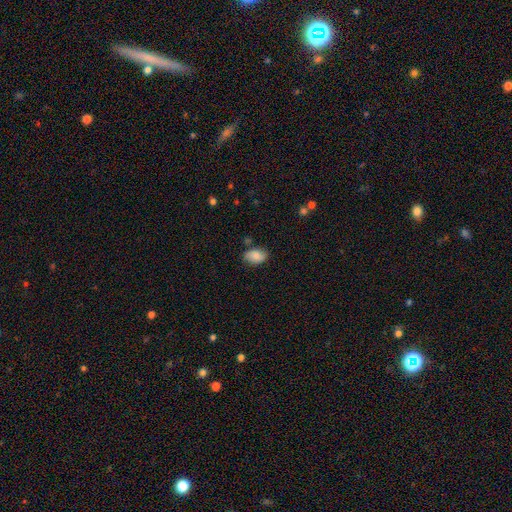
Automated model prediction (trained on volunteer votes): smooth 79%, featured or disk 13%, star or artifact 8%. Down the decision tree: how rounded — in between (88%); merging — none (73%).